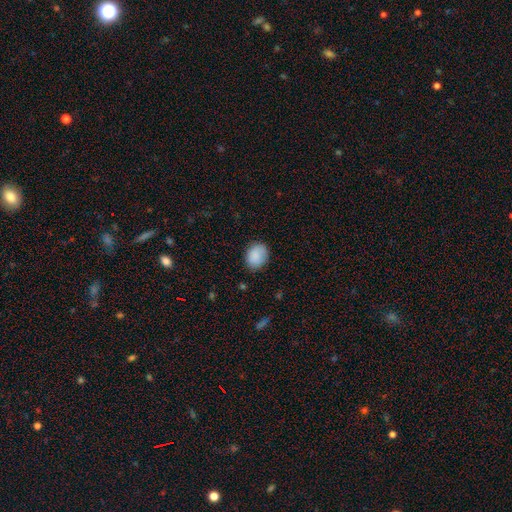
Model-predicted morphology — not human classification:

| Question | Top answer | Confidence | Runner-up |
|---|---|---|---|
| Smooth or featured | smooth | 88% | star or artifact (7%) |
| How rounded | in between | 59% | round (40%) |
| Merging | none | 80% | minor disturbance (15%) |